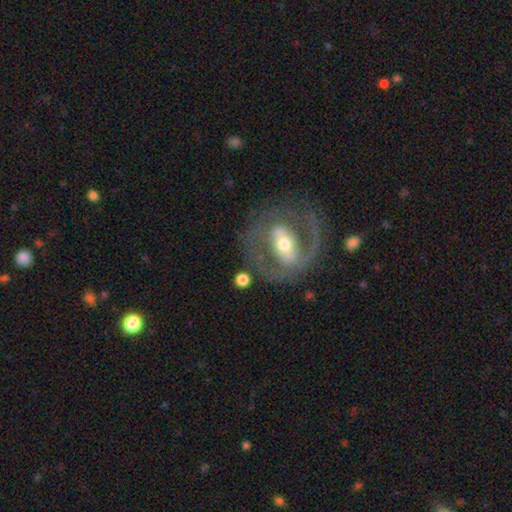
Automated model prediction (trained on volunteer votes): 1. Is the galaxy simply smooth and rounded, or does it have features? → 80% featured or disk, 13% smooth, 7% star or artifact.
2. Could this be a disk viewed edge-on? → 94% no, 6% yes.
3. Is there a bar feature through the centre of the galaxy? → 47% strong, 32% weak, 20% no.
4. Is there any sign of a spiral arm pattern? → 69% yes, 31% no.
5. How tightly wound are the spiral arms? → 44% medium, 39% tight, 17% loose.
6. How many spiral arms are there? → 74% 2, 13% can't tell, 9% 1, 2% 3, 1% 4, 1% more than 4.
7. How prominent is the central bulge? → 61% moderate, 29% small, 7% large, 1% dominant, 1% none.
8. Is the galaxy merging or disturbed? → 69% none, 14% minor disturbance, 13% major disturbance, 3% merger.